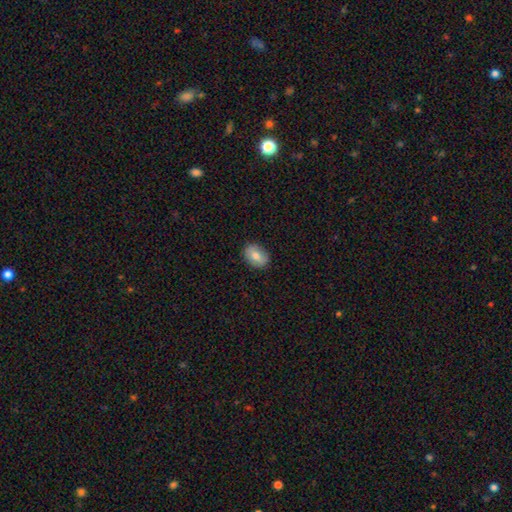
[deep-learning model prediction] smooth_or_featured: smooth (p=0.75) [alt: featured or disk p=0.18]
how_rounded: in between (p=0.73) [alt: round p=0.26]
merging: none (p=0.87) [alt: minor disturbance p=0.10]